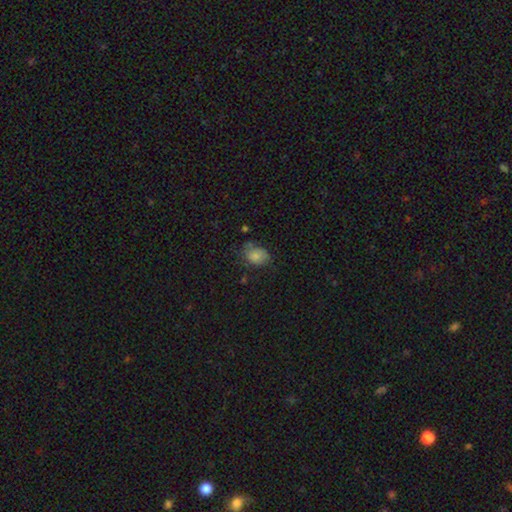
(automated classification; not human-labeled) The model was most divided on "merging": none: 51%, minor disturbance: 33%, major disturbance: 13%, merger: 4%. More confident: smooth or featured — smooth (76%); how rounded — in between (63%).